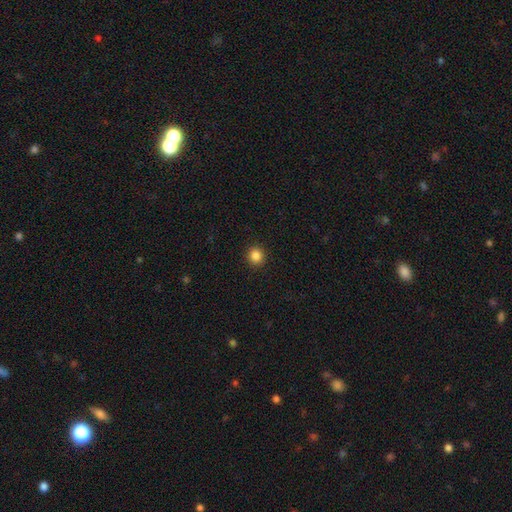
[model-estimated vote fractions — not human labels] Overall: smooth (86%). How rounded: round (91%). Merging: none (92%).